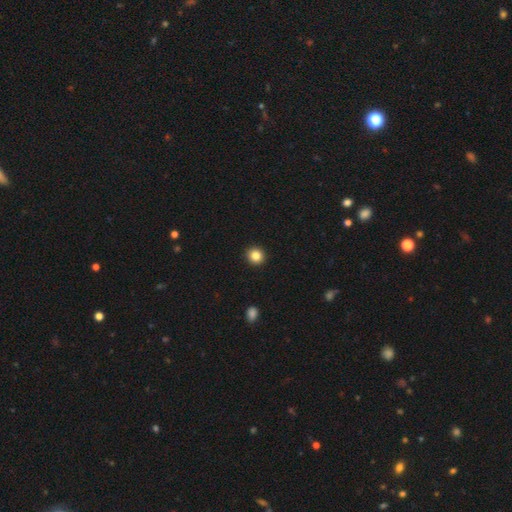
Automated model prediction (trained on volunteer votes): Overall: smooth (84%). How rounded: round (93%). Merging: none (93%).